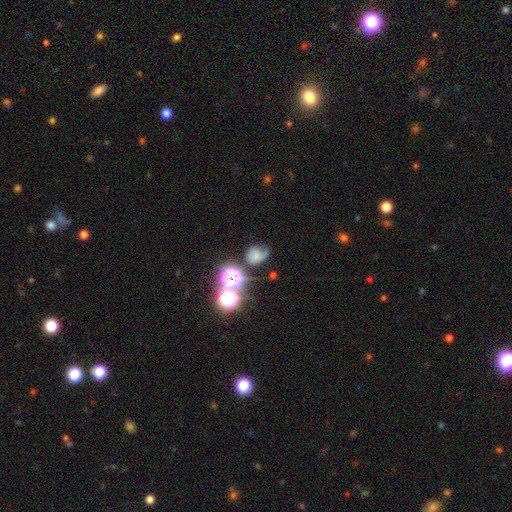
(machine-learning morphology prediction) type=smooth (46%); merging=none (45%).